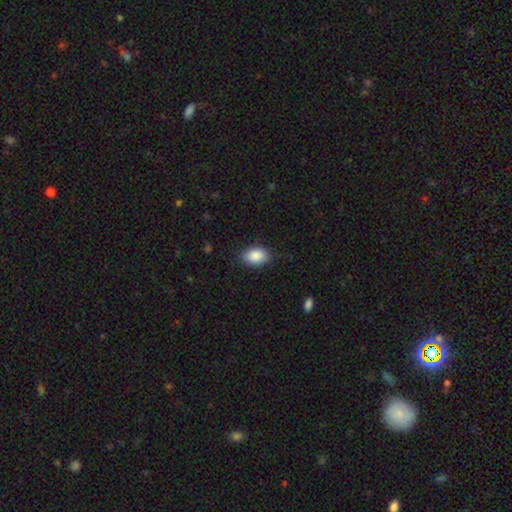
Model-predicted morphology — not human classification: type=smooth (89%); roundness=in between (87%); merging=none (82%).